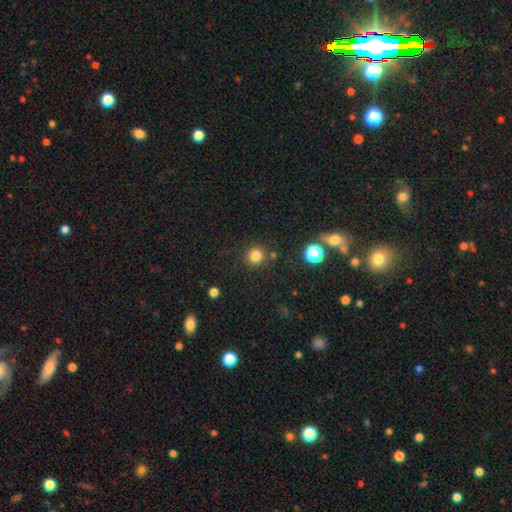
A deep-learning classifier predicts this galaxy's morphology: Q: Smooth or featured?
A: smooth (82%); runner-up: star or artifact (14%)
Q: How rounded?
A: round (93%); runner-up: in between (6%)
Q: Merging?
A: none (85%); runner-up: minor disturbance (7%)